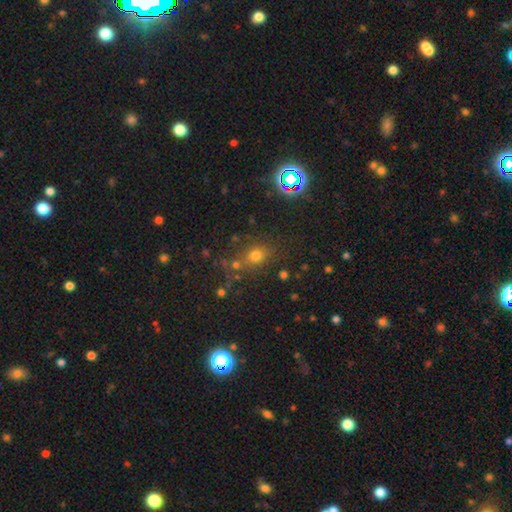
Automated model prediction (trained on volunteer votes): Smooth or featured?
  - smooth: 65% *
  - star or artifact: 25%
  - featured or disk: 9%
How rounded?
  - round: 62% *
  - in between: 36%
  - cigar-shaped: 2%
Merging?
  - none: 70% *
  - minor disturbance: 13%
  - merger: 12%
  - major disturbance: 6%